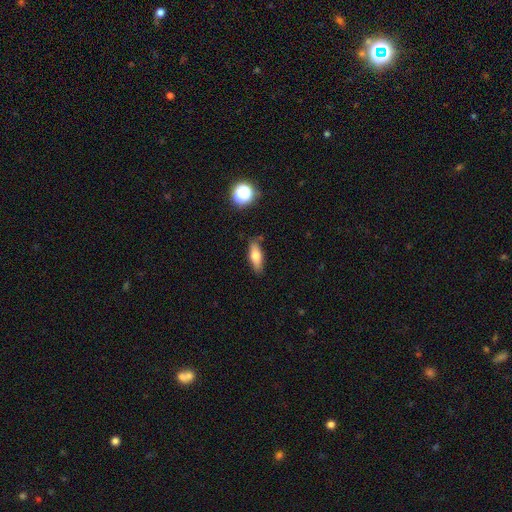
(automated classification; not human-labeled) Smooth or featured? Predicted: smooth (p=0.66). How rounded? Predicted: in between (p=0.58). Merging? Predicted: none (p=0.79).